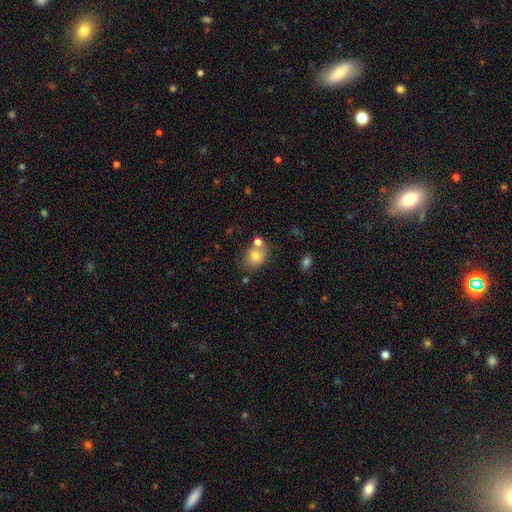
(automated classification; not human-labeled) Smooth or featured?
  - smooth: 76% *
  - featured or disk: 13%
  - star or artifact: 11%
How rounded?
  - round: 58% *
  - in between: 41%
  - cigar-shaped: 1%
Merging?
  - none: 58% *
  - merger: 23%
  - minor disturbance: 14%
  - major disturbance: 5%